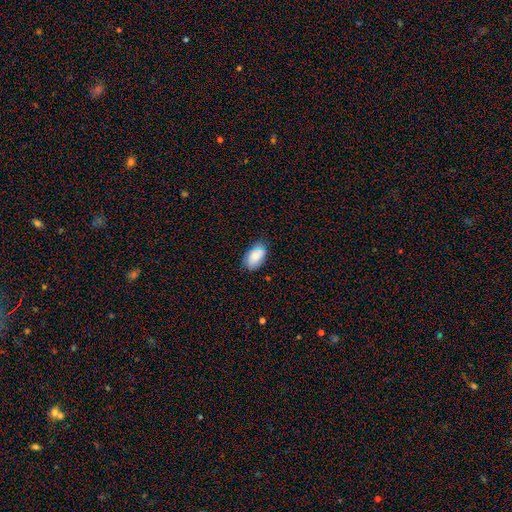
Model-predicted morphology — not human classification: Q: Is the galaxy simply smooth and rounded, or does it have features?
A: smooth — 81%.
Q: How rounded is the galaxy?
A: in between — 93%.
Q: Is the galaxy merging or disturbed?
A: none — 73%.